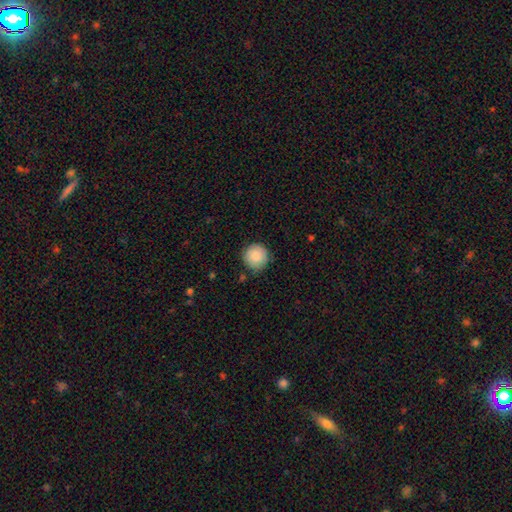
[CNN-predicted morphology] type=smooth (88%); roundness=round (95%); merging=none (86%).